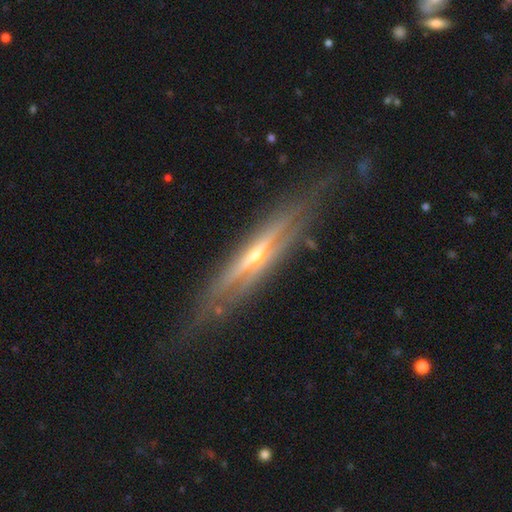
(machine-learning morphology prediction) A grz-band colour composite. It shows a featured or disk galaxy (82%) viewed edge-on (92%) with a rounded central bulge (77%). Merging: none (72%).